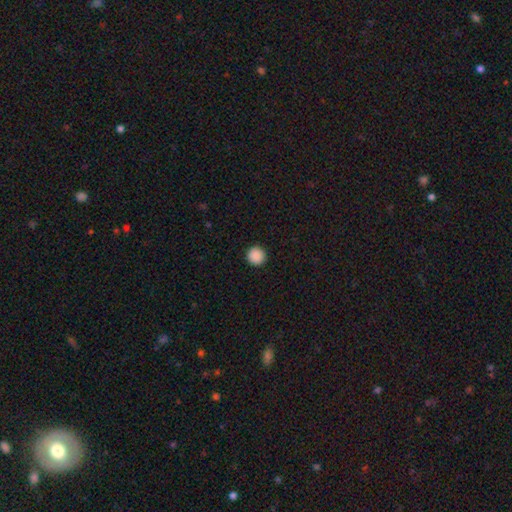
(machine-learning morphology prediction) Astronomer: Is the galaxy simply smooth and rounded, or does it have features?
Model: smooth — 89%.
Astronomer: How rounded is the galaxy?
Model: round — 95%.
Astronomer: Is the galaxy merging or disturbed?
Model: none — 94%.